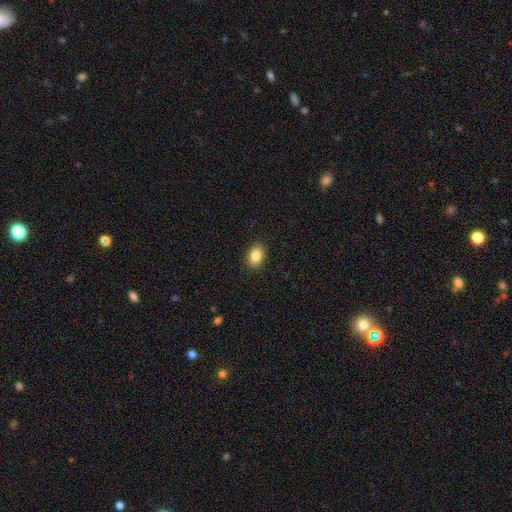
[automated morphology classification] Smooth or featured?
  - smooth: 85% *
  - star or artifact: 8%
  - featured or disk: 6%
How rounded?
  - in between: 83% *
  - round: 15%
  - cigar-shaped: 1%
Merging?
  - none: 90% *
  - minor disturbance: 7%
  - major disturbance: 2%
  - merger: 1%